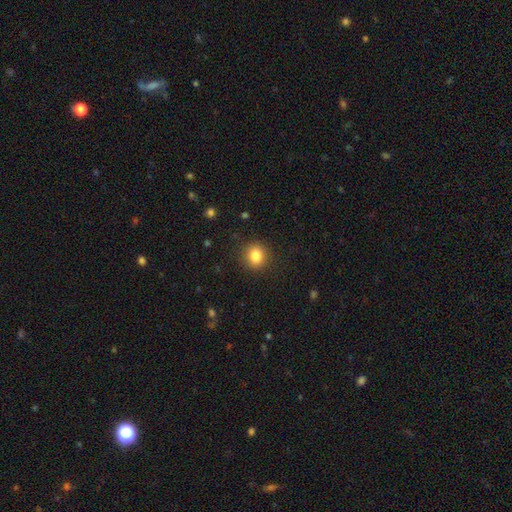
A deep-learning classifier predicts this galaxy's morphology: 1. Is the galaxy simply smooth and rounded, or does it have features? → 84% smooth, 11% star or artifact, 6% featured or disk.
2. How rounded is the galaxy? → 83% round, 16% in between, 1% cigar-shaped.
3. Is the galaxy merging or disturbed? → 90% none, 7% minor disturbance, 2% major disturbance, 1% merger.